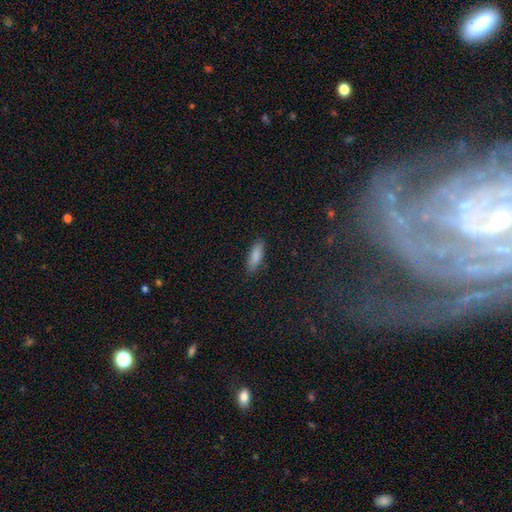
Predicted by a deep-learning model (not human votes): Overall: smooth (86%). How rounded: in between (60%; cigar-shaped 38%). Merging: none (86%).